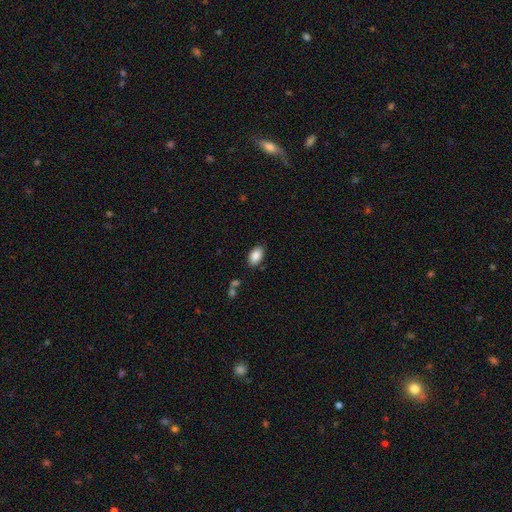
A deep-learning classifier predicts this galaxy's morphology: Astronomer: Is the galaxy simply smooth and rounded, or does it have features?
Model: smooth — 88%.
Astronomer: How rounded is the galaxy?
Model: in between — 93%.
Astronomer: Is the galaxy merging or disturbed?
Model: none — 84%.